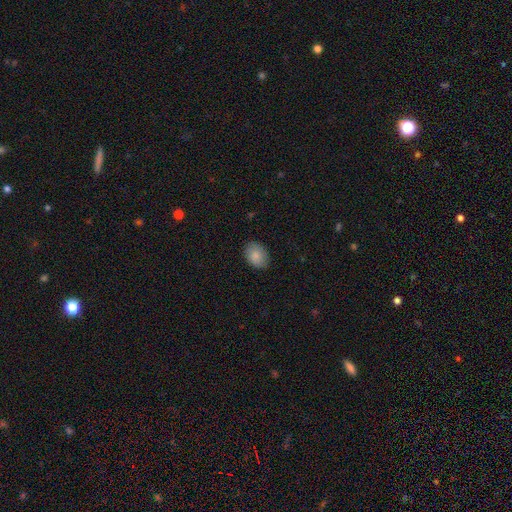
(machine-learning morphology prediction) Q: Smooth or featured?
A: smooth (87%); runner-up: star or artifact (7%)
Q: How rounded?
A: in between (74%); runner-up: round (25%)
Q: Merging?
A: none (85%); runner-up: minor disturbance (11%)